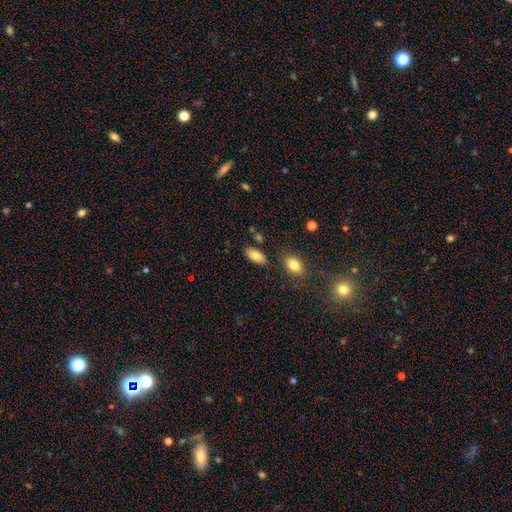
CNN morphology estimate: A smooth galaxy with no disk features (84%) that is in between round and cigar-shaped (92%). Merging: none (81%).